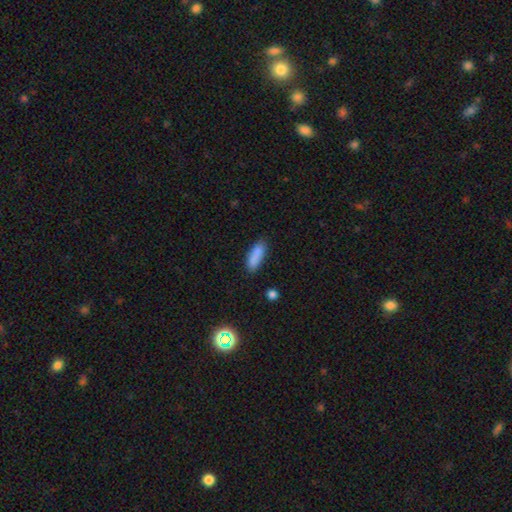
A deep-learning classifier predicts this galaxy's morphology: A smooth galaxy with no disk features (86%) that is in between round and cigar-shaped (60%).

Vote fractions:
- Smooth or featured? smooth: 86% / star or artifact: 8% / featured or disk: 6%
- How rounded? in between: 60% / cigar-shaped: 38% / round: 2%
- Merging? none: 78% / minor disturbance: 16% / major disturbance: 3% / merger: 2%